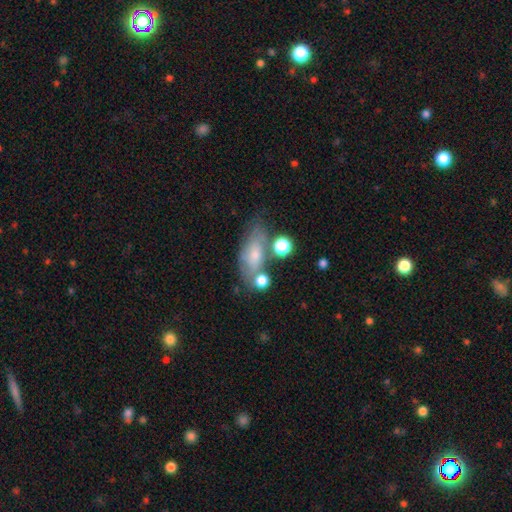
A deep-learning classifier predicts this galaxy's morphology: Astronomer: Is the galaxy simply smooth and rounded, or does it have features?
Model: smooth — 56% (runner-up: featured or disk, 32%).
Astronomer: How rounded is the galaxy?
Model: in between — 74%.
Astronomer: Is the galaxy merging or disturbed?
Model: none — 49%.